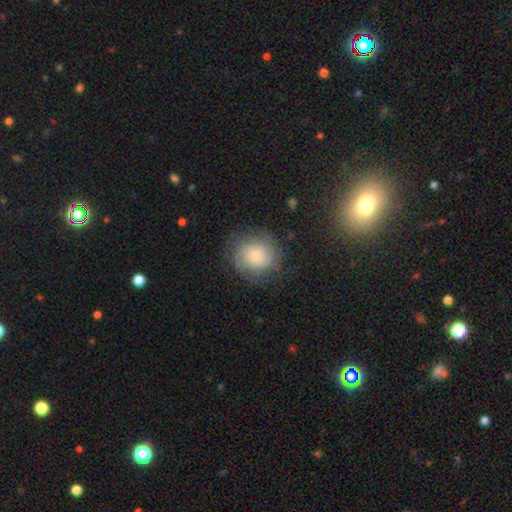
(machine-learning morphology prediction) Smooth or featured?
  - featured or disk: 47% *
  - smooth: 44%
  - star or artifact: 9%
Merging?
  - none: 73% *
  - minor disturbance: 16%
  - major disturbance: 9%
  - merger: 1%